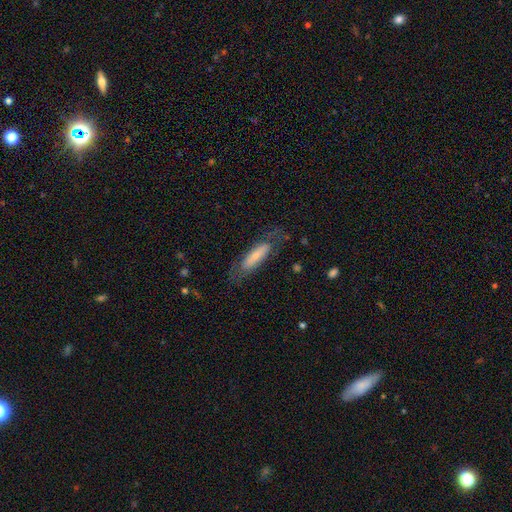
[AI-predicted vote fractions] Smooth or featured: smooth — 57% (featured or disk — 37%)
How rounded: cigar-shaped — 57% (in between — 41%)
Merging: none — 68% (minor disturbance — 19%)